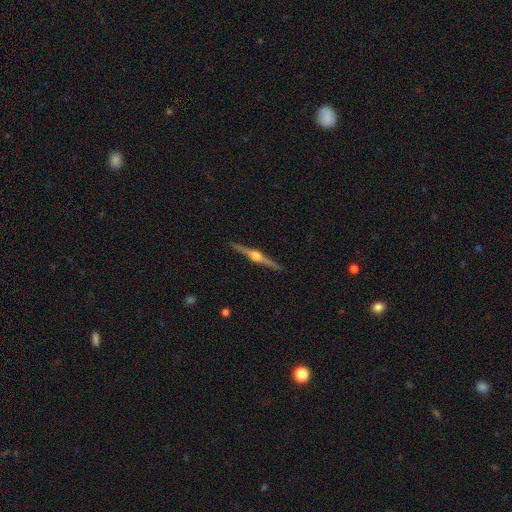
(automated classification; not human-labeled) Q: Smooth or featured?
A: featured or disk (85%); runner-up: smooth (10%)
Q: Edge-on disk?
A: yes (99%); runner-up: no (1%)
Q: Edge-on bulge?
A: rounded (94%); runner-up: boxy (4%)
Q: Merging?
A: none (92%); runner-up: minor disturbance (6%)